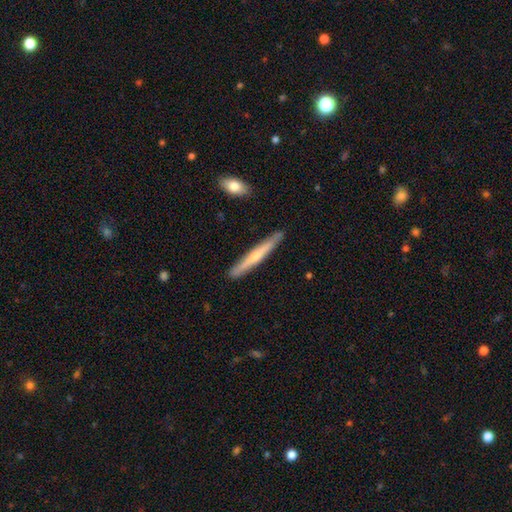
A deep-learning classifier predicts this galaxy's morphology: Smooth or featured: featured or disk — 51% (smooth — 44%)
Edge-on disk: yes — 95% (no — 5%)
Merging: none — 89% (minor disturbance — 8%)